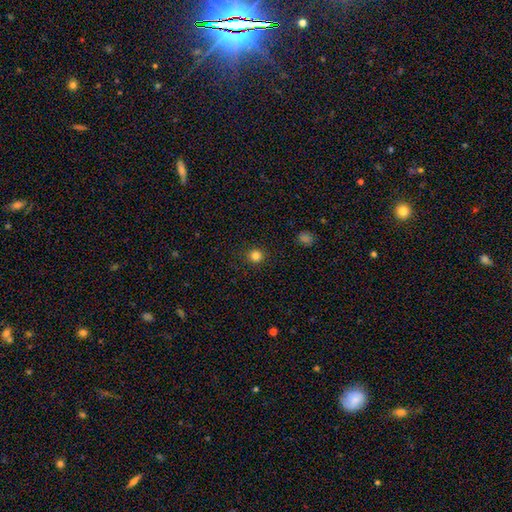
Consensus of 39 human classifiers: Overall: smooth (92%). How rounded: round (100%). Merging: none (97%).